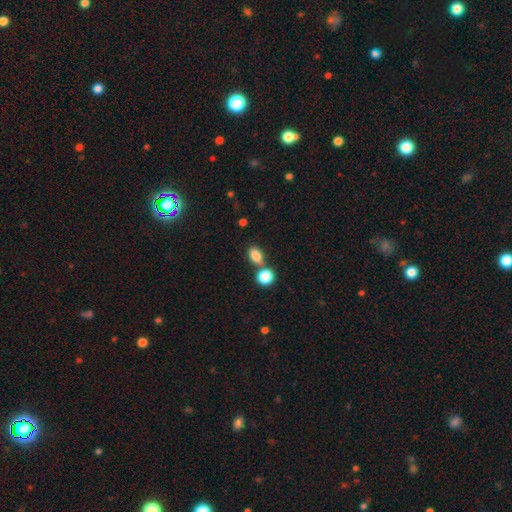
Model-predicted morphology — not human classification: Smooth or featured? Predicted: smooth (p=0.84). How rounded? Predicted: in between (p=0.74). Merging? Predicted: none (p=0.57).